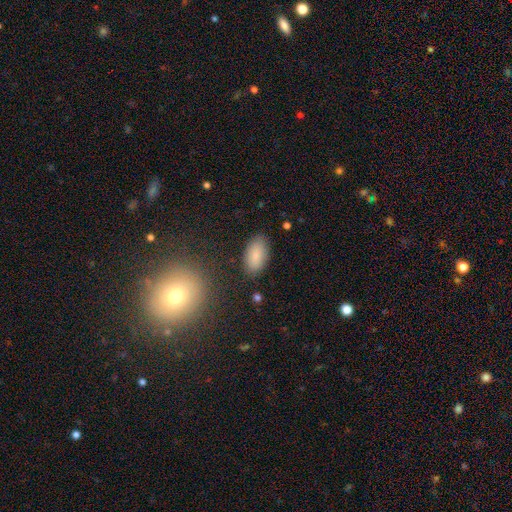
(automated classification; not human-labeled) smooth-or-featured: smooth: 83% | featured or disk: 9% | star or artifact: 8%
  how-rounded: in between: 94% | round: 4% | cigar-shaped: 2%
  merging: none: 84% | minor disturbance: 11% | major disturbance: 3% | merger: 2%